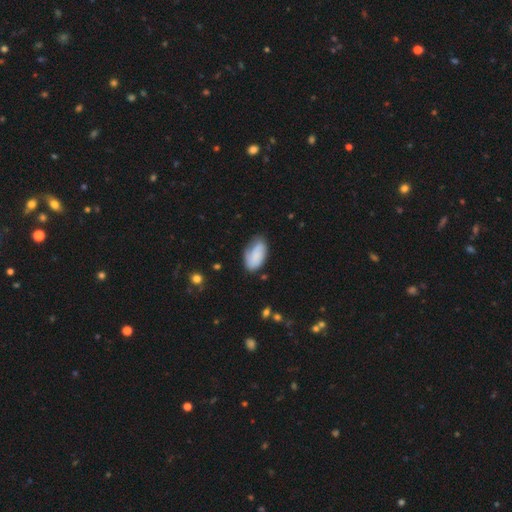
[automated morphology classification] Smooth or featured: smooth — 74% (featured or disk — 19%)
How rounded: in between — 94% (round — 4%)
Merging: none — 61% (minor disturbance — 28%)